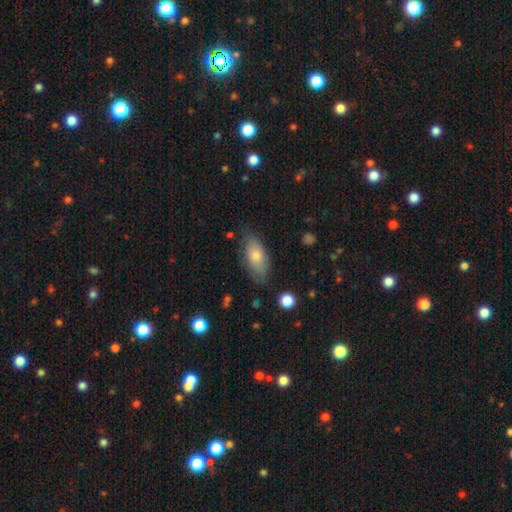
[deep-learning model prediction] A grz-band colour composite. It shows a smooth galaxy with no disk features (70%) that is in between round and cigar-shaped (88%). Merging: none (77%).